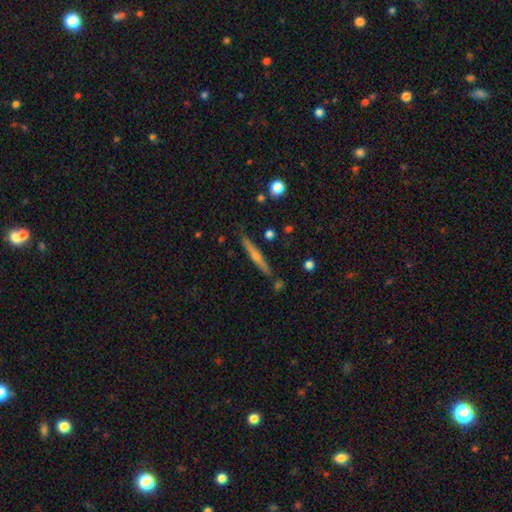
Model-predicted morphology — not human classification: smooth_or_featured: featured or disk (p=0.68) [alt: smooth p=0.25]
disk_edge_on: yes (p=0.97) [alt: no p=0.03]
edge_on_bulge: rounded (p=0.82) [alt: none p=0.15]
merging: none (p=0.86) [alt: minor disturbance p=0.09]